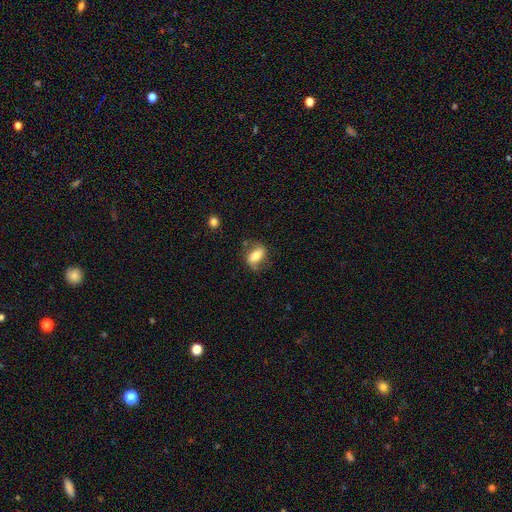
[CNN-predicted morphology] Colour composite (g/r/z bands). It shows a smooth galaxy with no disk features (60%) that is in between round and cigar-shaped (81%). Merging: none (64%).